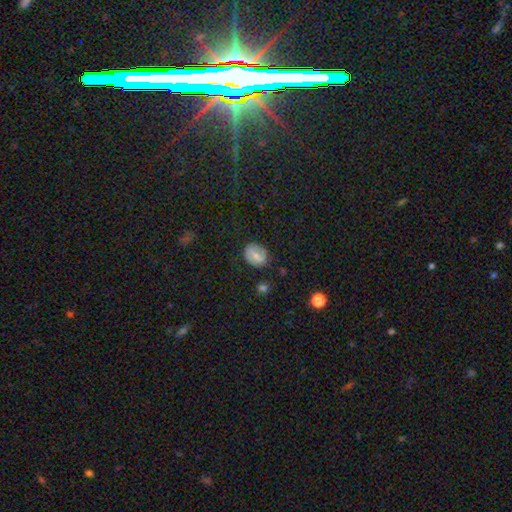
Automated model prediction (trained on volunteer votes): A smooth galaxy with no disk features (64%) that is round (54%).

Vote fractions:
- Smooth or featured? smooth: 64% / featured or disk: 26% / star or artifact: 10%
- How rounded? round: 54% / in between: 44% / cigar-shaped: 1%
- Merging? none: 76% / minor disturbance: 17% / major disturbance: 5% / merger: 2%